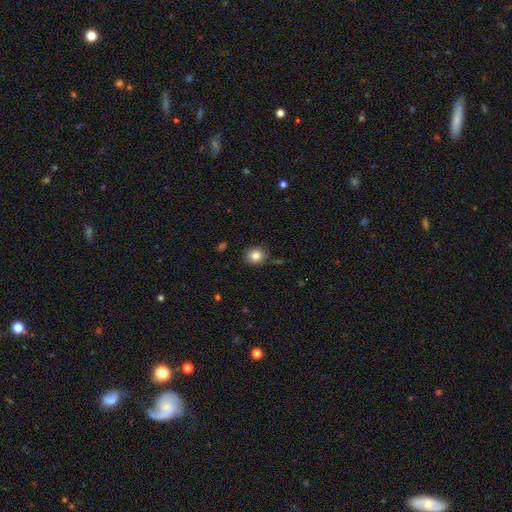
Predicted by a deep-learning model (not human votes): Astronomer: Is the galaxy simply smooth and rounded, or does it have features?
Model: smooth — 83%.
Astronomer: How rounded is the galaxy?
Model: round — 73%.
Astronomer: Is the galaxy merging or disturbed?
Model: none — 83%.